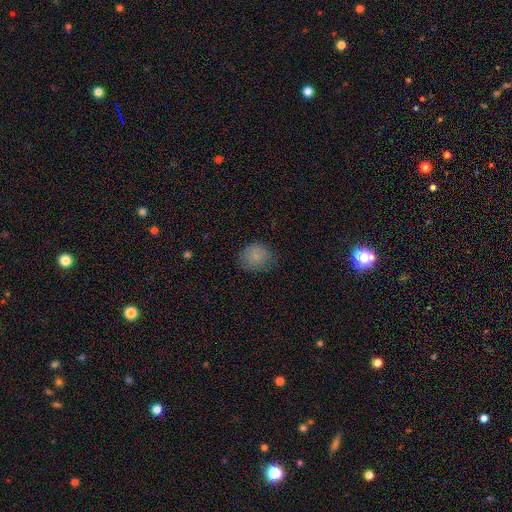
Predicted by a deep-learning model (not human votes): This appears to be a smooth galaxy with no disk features (82%) that is round (67%). Merging: none (71%).